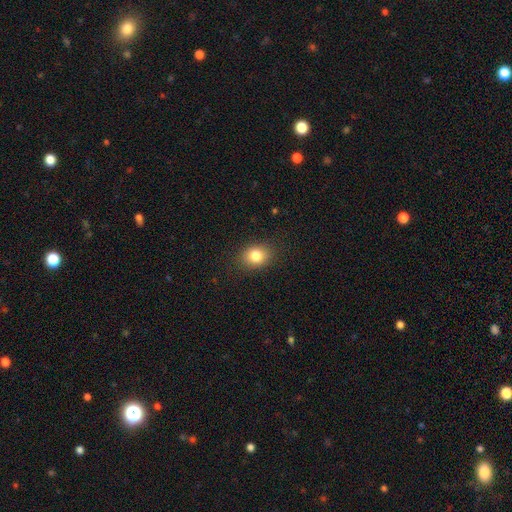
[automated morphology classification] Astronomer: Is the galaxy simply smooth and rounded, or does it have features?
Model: smooth — 82%.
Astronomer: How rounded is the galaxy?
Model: in between — 50% (runner-up: round, 49%).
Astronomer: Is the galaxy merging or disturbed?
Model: none — 87%.